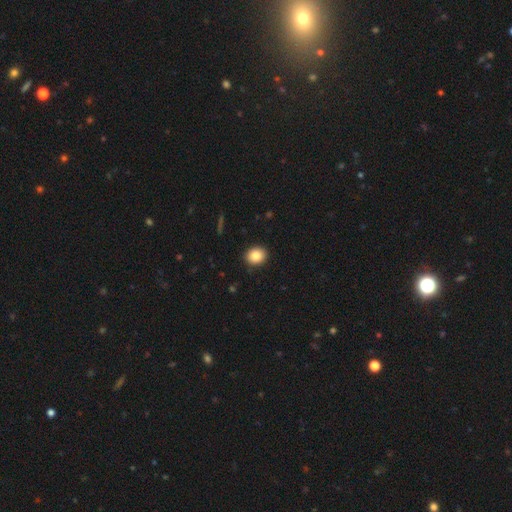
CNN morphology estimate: A smooth galaxy with no disk features (85%) that is round (62%).

Vote fractions:
- Smooth or featured? smooth: 85% / star or artifact: 9% / featured or disk: 6%
- How rounded? round: 62% / in between: 37% / cigar-shaped: 1%
- Merging? none: 90% / minor disturbance: 7% / major disturbance: 2% / merger: 1%